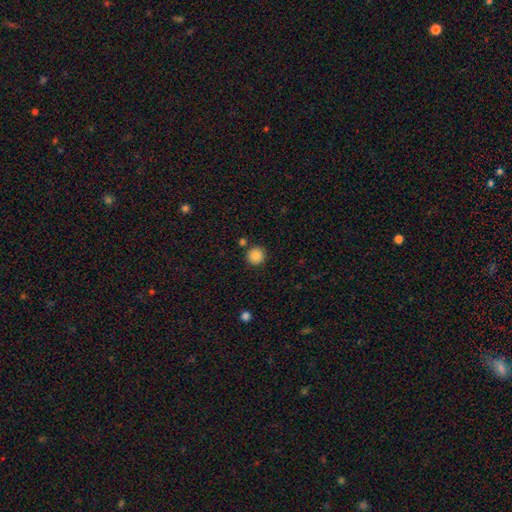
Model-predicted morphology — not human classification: A smooth galaxy with no disk features (86%) that is round (94%). Merging: none (87%).